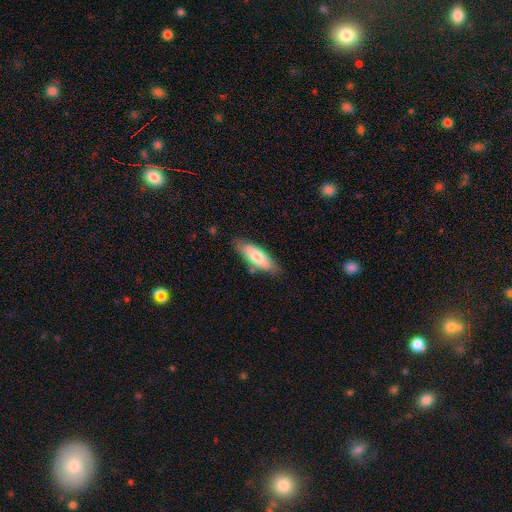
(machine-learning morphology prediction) type=smooth (72%); roundness=in between (60%); merging=none (76%).